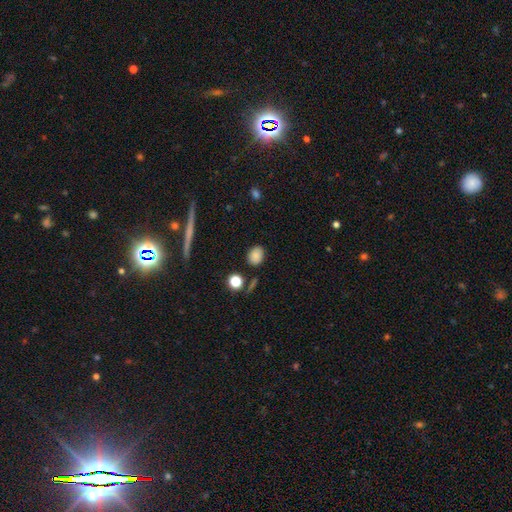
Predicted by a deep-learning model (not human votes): Q: Smooth or featured?
A: smooth (84%); runner-up: star or artifact (10%)
Q: How rounded?
A: in between (58%); runner-up: round (41%)
Q: Merging?
A: none (84%); runner-up: minor disturbance (10%)